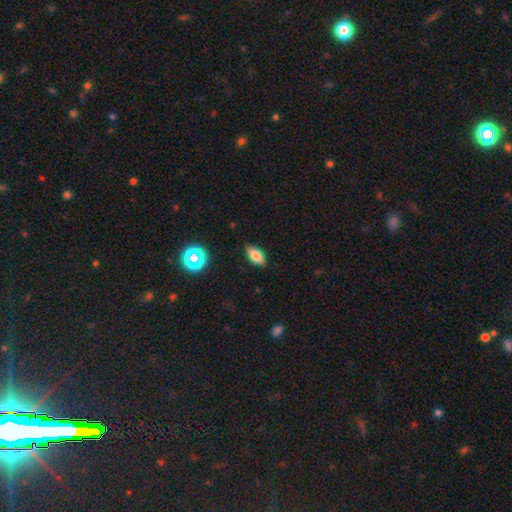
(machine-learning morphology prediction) A smooth galaxy with no disk features (78%) that is in between round and cigar-shaped (88%).

Vote fractions:
- Smooth or featured? smooth: 78% / star or artifact: 11% / featured or disk: 10%
- How rounded? in between: 88% / cigar-shaped: 6% / round: 6%
- Merging? none: 85% / minor disturbance: 12% / major disturbance: 2% / merger: 1%